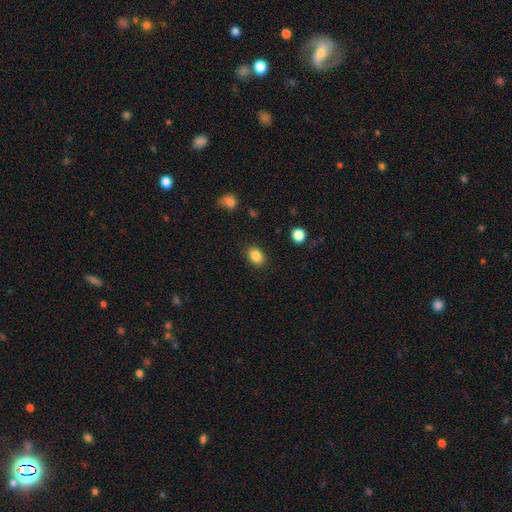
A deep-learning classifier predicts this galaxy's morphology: Q: Smooth or featured?
A: smooth (86%); runner-up: star or artifact (9%)
Q: How rounded?
A: in between (77%); runner-up: round (21%)
Q: Merging?
A: none (87%); runner-up: minor disturbance (9%)